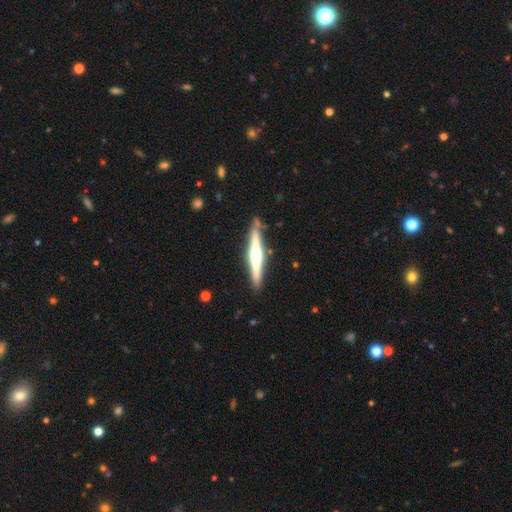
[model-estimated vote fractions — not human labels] Smooth or featured?
  - featured or disk: 70% *
  - smooth: 25%
  - star or artifact: 5%
Edge-on disk?
  - yes: 97% *
  - no: 3%
Edge-on bulge?
  - rounded: 86% *
  - boxy: 7%
  - none: 6%
Merging?
  - none: 85% *
  - minor disturbance: 10%
  - merger: 3%
  - major disturbance: 2%